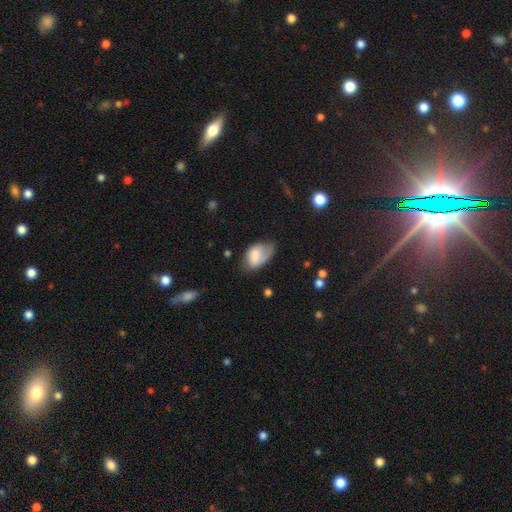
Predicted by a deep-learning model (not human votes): The model was most divided on "merging": none: 42%, minor disturbance: 36%, major disturbance: 20%, merger: 3%. More confident: how rounded — in between (91%); smooth or featured — smooth (62%).